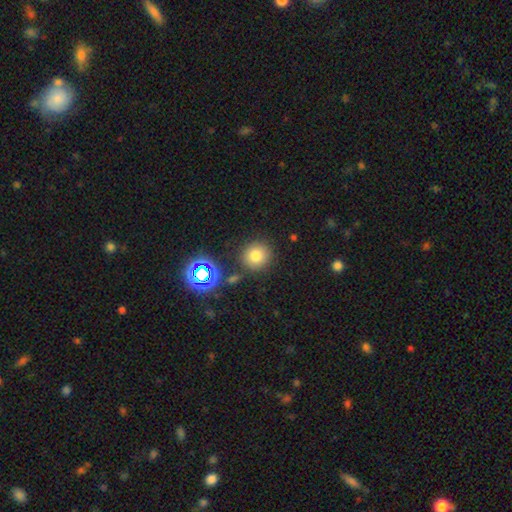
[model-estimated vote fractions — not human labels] A smooth galaxy with no disk features (74%) that is round (91%). Merging: none (83%).